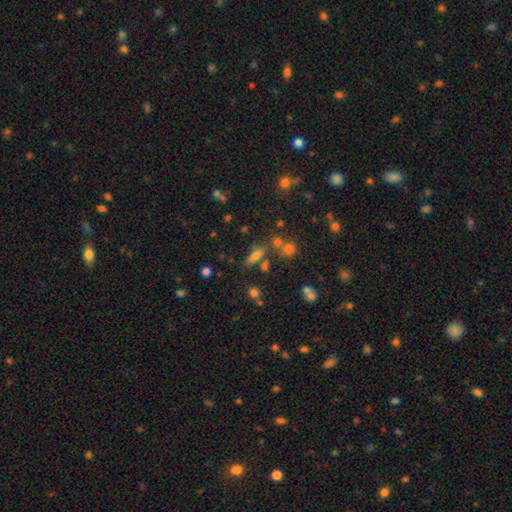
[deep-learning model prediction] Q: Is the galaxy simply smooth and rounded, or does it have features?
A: smooth — 49%.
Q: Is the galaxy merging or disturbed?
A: none — 67%.